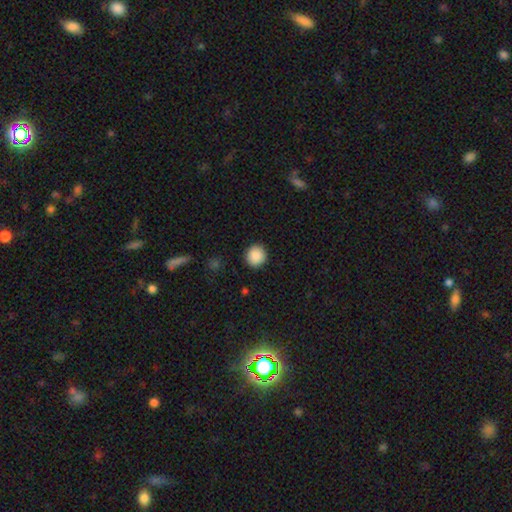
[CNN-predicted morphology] smooth_or_featured: smooth (p=0.89) [alt: star or artifact p=0.08]
how_rounded: round (p=0.90) [alt: in between p=0.09]
merging: none (p=0.91) [alt: minor disturbance p=0.06]